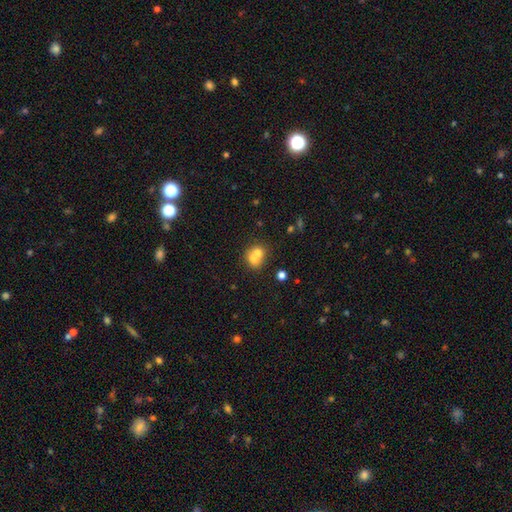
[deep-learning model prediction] Overall: smooth (68%). How rounded: round (69%; in between 30%). Merging: merger (65%; none 26%).